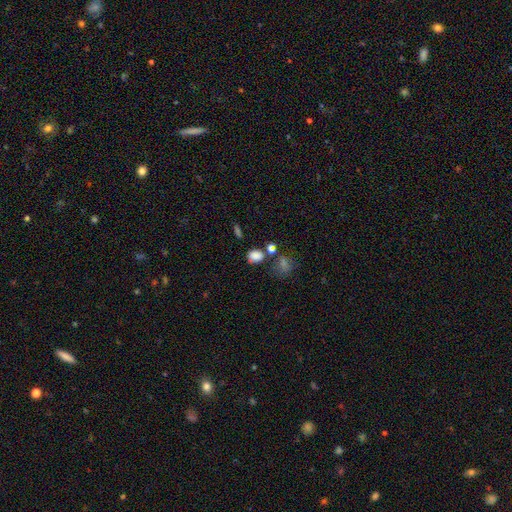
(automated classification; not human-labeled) The model was most divided on "how rounded": in between: 64%, round: 35%, cigar-shaped: 2%. More confident: smooth or featured — smooth (81%); merging — none (60%).